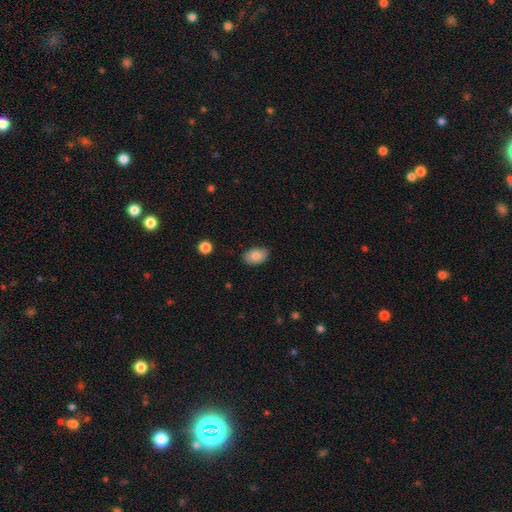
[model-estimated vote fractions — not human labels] Smooth or featured: smooth — 80% (featured or disk — 13%)
How rounded: in between — 87% (round — 12%)
Merging: none — 83% (minor disturbance — 14%)